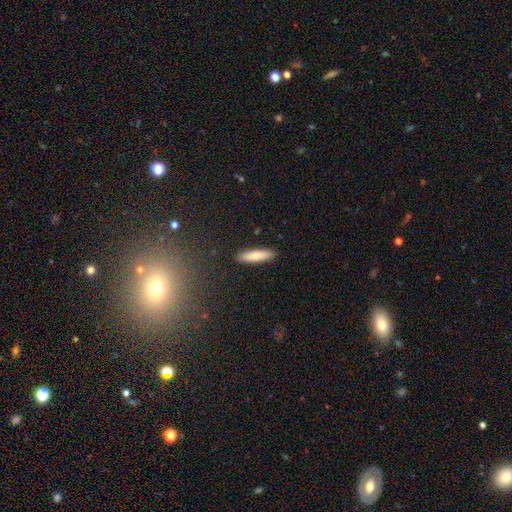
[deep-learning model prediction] This is clearly a smooth galaxy (81%). How rounded: likely cigar-shaped (75%). Merging: clearly none (90%).